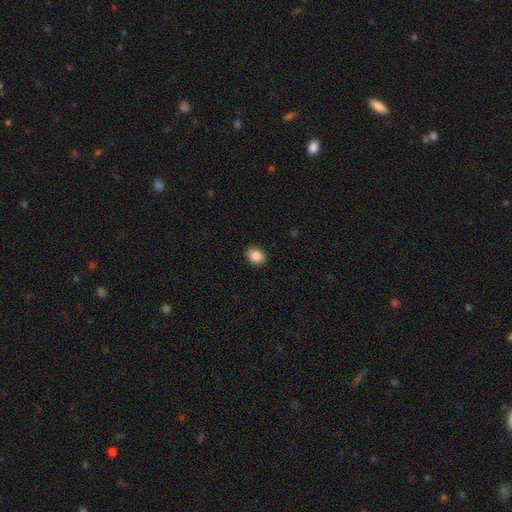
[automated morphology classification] The model was most divided on "how rounded": round: 53%, in between: 46%, cigar-shaped: 1%. More confident: merging — none (89%); smooth or featured — smooth (87%).